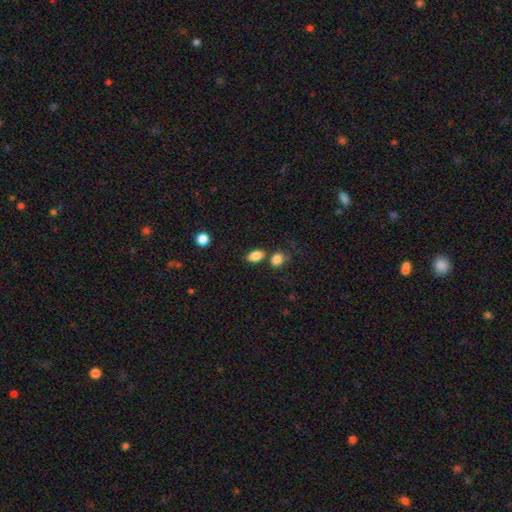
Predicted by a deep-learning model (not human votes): This appears to be a smooth galaxy with no disk features (85%) that is in between round and cigar-shaped (86%). Merging: none (67%).